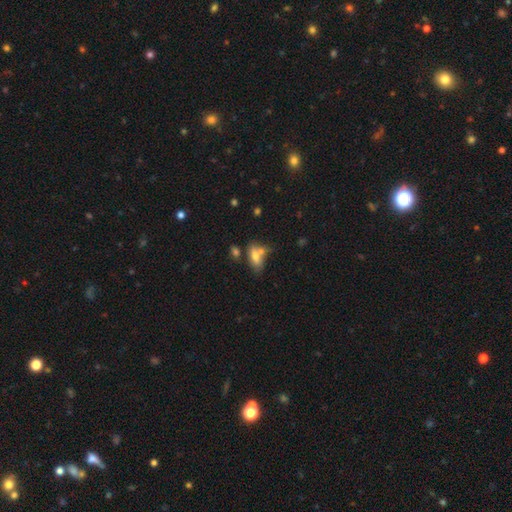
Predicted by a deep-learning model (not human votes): Q: Smooth or featured?
A: smooth (68%); runner-up: featured or disk (22%)
Q: How rounded?
A: in between (83%); runner-up: cigar-shaped (11%)
Q: Merging?
A: none (38%); runner-up: merger (36%)